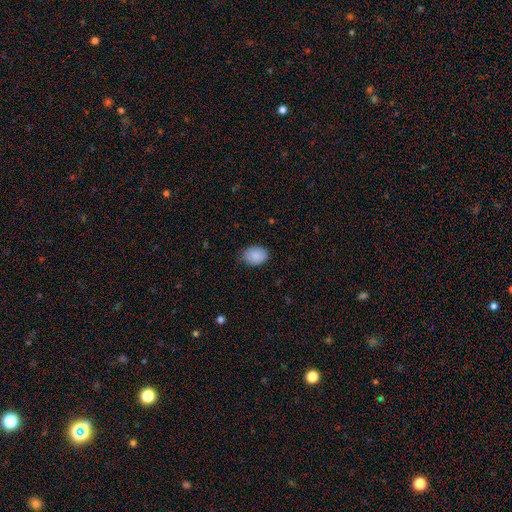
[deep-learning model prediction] A smooth galaxy with no disk features (88%) that is in between round and cigar-shaped (68%). Merging: none (74%).